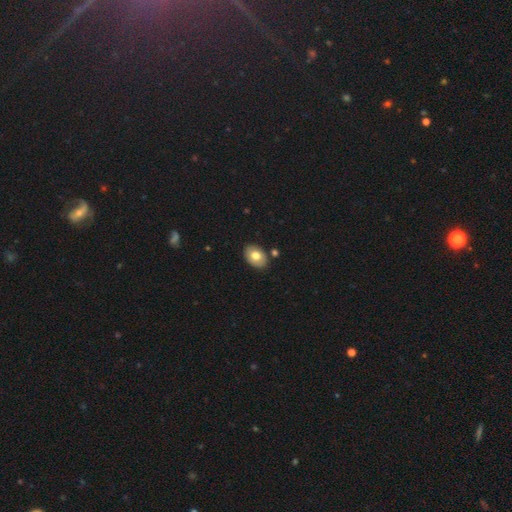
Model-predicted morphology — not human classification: Smooth or featured? Predicted: smooth (p=0.75). How rounded? Predicted: in between (p=0.83). Merging? Predicted: none (p=0.83).